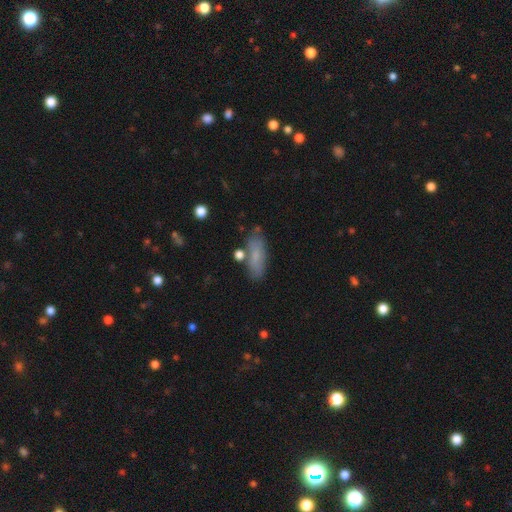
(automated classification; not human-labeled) Smooth or featured? Predicted: smooth (p=0.75). How rounded? Predicted: in between (p=0.62). Merging? Predicted: none (p=0.73).